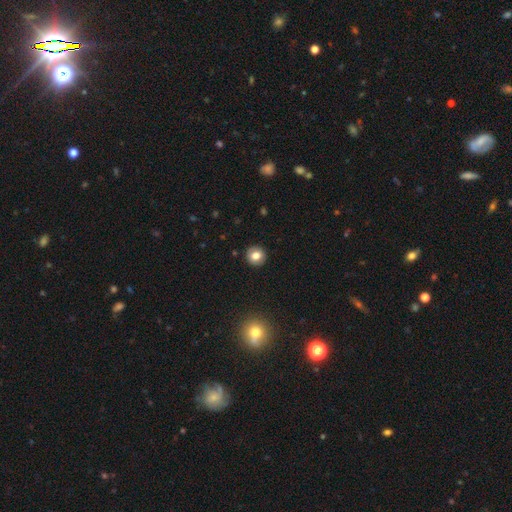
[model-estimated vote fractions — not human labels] A smooth galaxy with no disk features (79%) that is round (93%).

Vote fractions:
- Smooth or featured? smooth: 79% / featured or disk: 11% / star or artifact: 10%
- How rounded? round: 93% / in between: 6% / cigar-shaped: 1%
- Merging? none: 92% / minor disturbance: 6% / major disturbance: 2% / merger: 1%